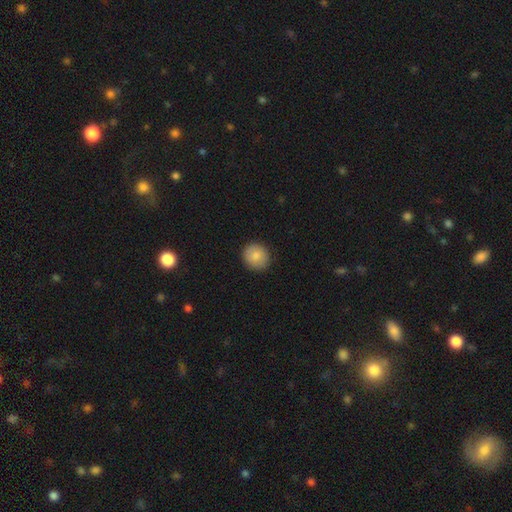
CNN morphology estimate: Smooth or featured: smooth — 80% (featured or disk — 12%)
How rounded: round — 89% (in between — 10%)
Merging: none — 90% (minor disturbance — 7%)